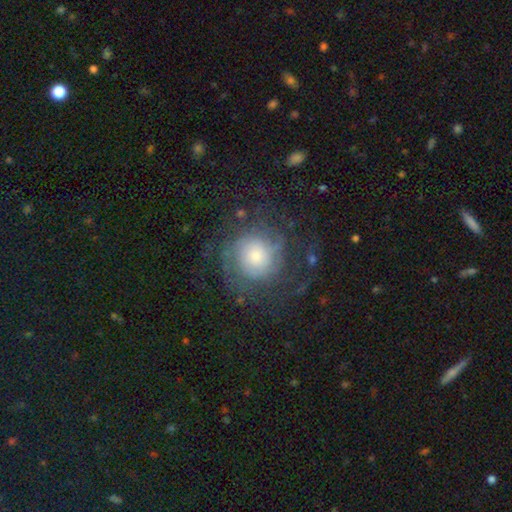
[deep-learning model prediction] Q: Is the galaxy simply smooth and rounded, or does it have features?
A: featured or disk — 63%.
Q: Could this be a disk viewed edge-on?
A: no — 97%.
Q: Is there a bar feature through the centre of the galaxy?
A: no — 78%.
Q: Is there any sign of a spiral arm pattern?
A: yes — 86%.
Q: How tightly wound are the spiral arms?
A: tight — 55%.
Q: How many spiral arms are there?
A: can't tell — 45%.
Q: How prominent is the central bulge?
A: moderate — 41%.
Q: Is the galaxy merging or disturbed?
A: none — 66%.